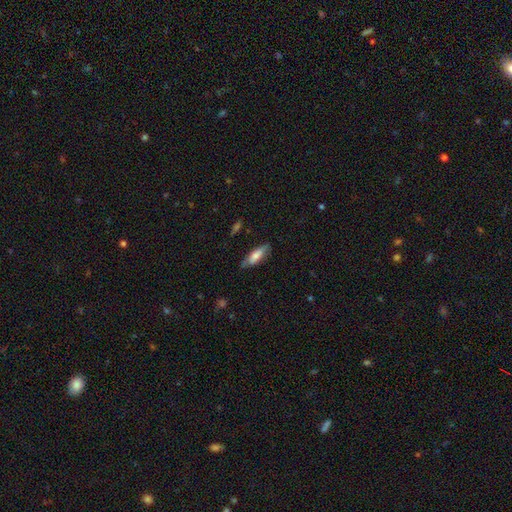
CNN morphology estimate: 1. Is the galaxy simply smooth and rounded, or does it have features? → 59% smooth, 35% featured or disk, 7% star or artifact.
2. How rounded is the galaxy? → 56% in between, 42% cigar-shaped, 2% round.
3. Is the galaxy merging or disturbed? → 72% none, 21% minor disturbance, 5% major disturbance, 2% merger.